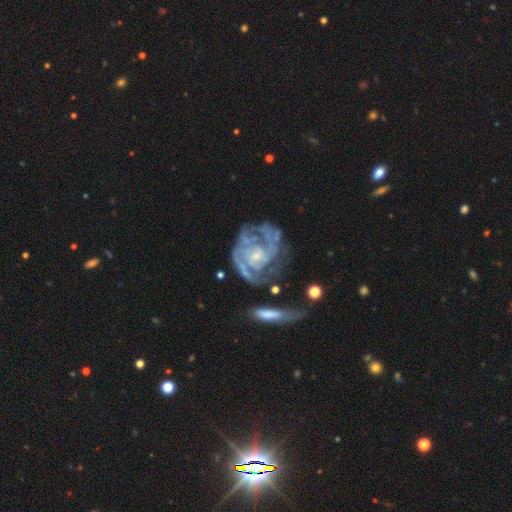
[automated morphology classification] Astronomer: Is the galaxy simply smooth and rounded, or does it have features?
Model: featured or disk — 84%.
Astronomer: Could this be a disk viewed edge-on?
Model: no — 97%.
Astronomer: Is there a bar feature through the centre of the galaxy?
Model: no — 67%.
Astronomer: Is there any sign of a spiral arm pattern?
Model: yes — 85%.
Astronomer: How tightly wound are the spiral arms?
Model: tight — 54% (runner-up: medium, 33%).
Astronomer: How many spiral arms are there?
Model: can't tell — 38% (runner-up: 2, 30%).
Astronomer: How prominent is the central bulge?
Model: small — 61%.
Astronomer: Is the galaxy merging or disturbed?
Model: none — 44% (runner-up: major disturbance, 26%).